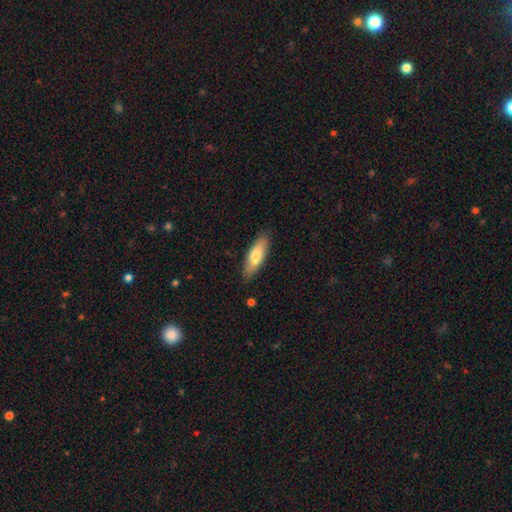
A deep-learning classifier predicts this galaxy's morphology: type=smooth (73%); roundness=in between (55%); merging=none (86%).